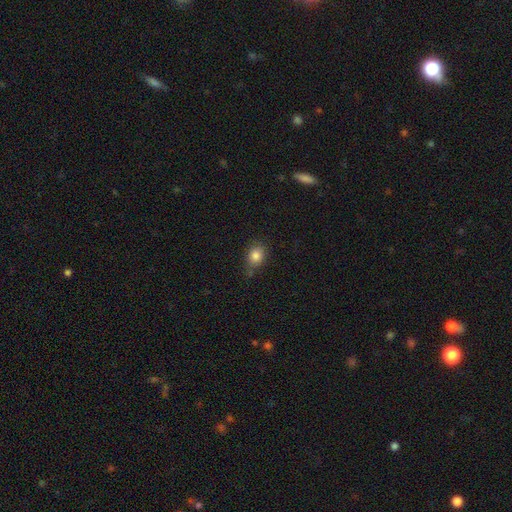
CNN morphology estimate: A smooth galaxy with no disk features (83%) that is round (52%). Merging: none (71%).